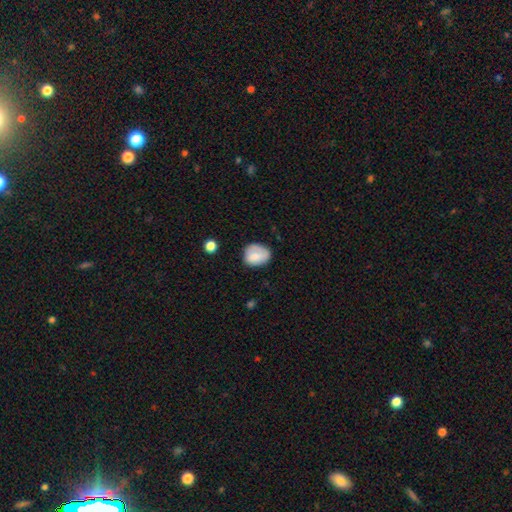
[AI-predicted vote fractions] smooth-or-featured: smooth: 77% | featured or disk: 15% | star or artifact: 8%
  how-rounded: round: 51% | in between: 48% | cigar-shaped: 1%
  merging: none: 61% | minor disturbance: 28% | major disturbance: 9% | merger: 2%